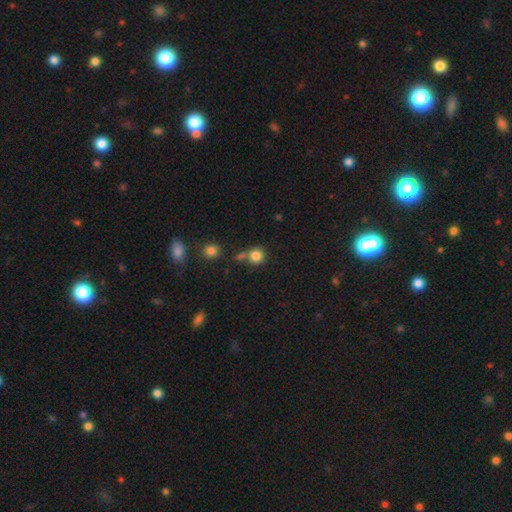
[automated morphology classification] Smooth or featured? Predicted: smooth (p=0.82). How rounded? Predicted: round (p=0.89). Merging? Predicted: none (p=0.61).